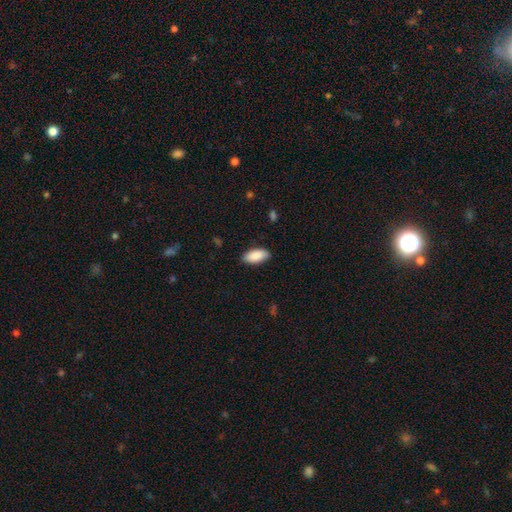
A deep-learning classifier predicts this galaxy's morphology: smooth-or-featured: smooth: 89% | star or artifact: 6% | featured or disk: 5%
  how-rounded: in between: 91% | cigar-shaped: 8% | round: 2%
  merging: none: 87% | minor disturbance: 10% | major disturbance: 2% | merger: 1%